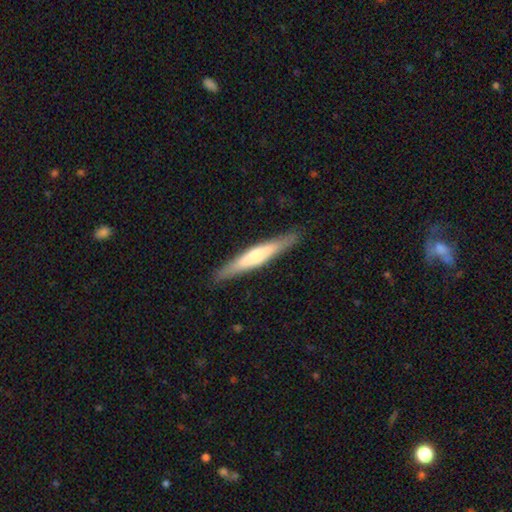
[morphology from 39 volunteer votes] Smooth or featured?
  - smooth: 51% *
  - featured or disk: 44%
  - star or artifact: 5%
How rounded?
  - cigar-shaped: 85% *
  - in between: 10%
  - round: 5%
Merging?
  - none: 76% *
  - minor disturbance: 19%
  - major disturbance: 3%
  - merger: 3%